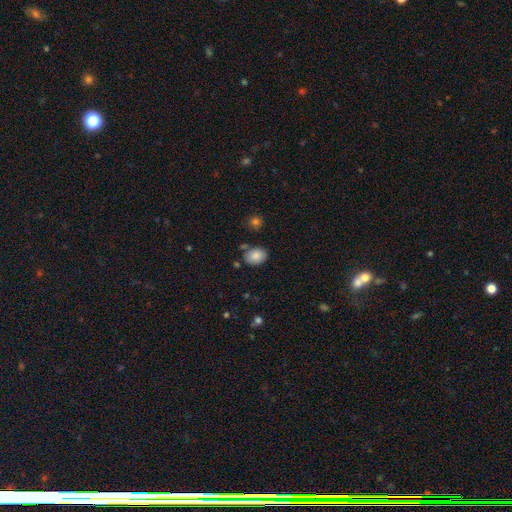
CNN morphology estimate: This is clearly a smooth galaxy (85%). How rounded: likely in between (69%). Merging: likely none (76%).